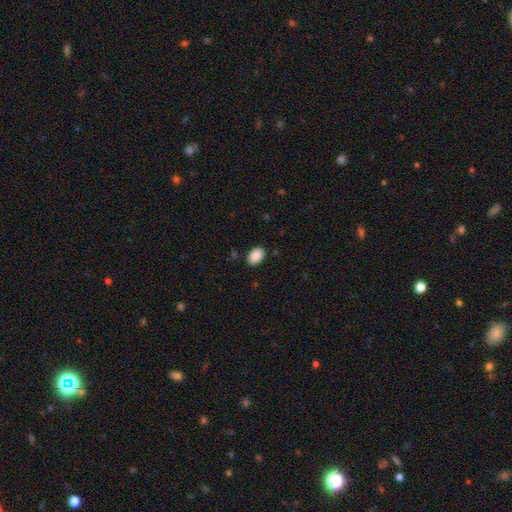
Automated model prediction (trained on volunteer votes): Morphology: type=smooth (89%); roundness=in between (86%); merging=none (88%).